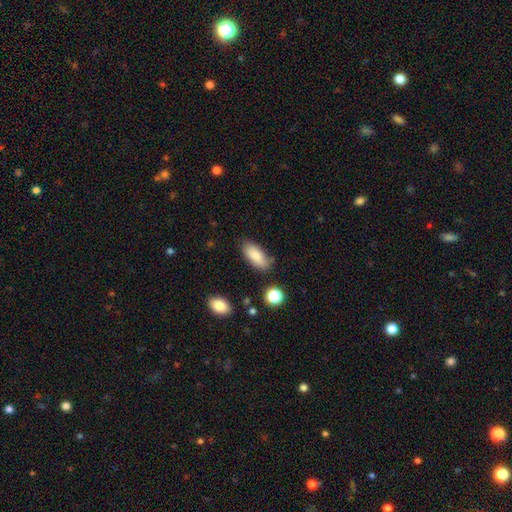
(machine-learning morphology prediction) Smooth or featured?
  - smooth: 84% *
  - featured or disk: 9%
  - star or artifact: 7%
How rounded?
  - in between: 86% *
  - cigar-shaped: 12%
  - round: 2%
Merging?
  - none: 76% *
  - minor disturbance: 16%
  - major disturbance: 4%
  - merger: 3%